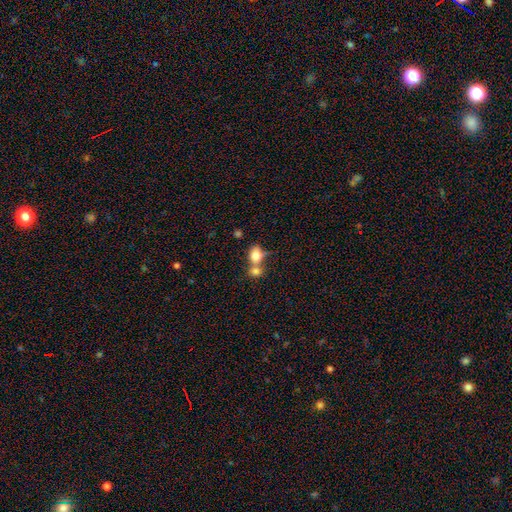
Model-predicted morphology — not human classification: A smooth galaxy with no disk features (78%) that is in between round and cigar-shaped (52%).

Vote fractions:
- Smooth or featured? smooth: 78% / featured or disk: 13% / star or artifact: 9%
- How rounded? in between: 52% / round: 46% / cigar-shaped: 2%
- Merging? merger: 60% / none: 26% / minor disturbance: 9% / major disturbance: 5%